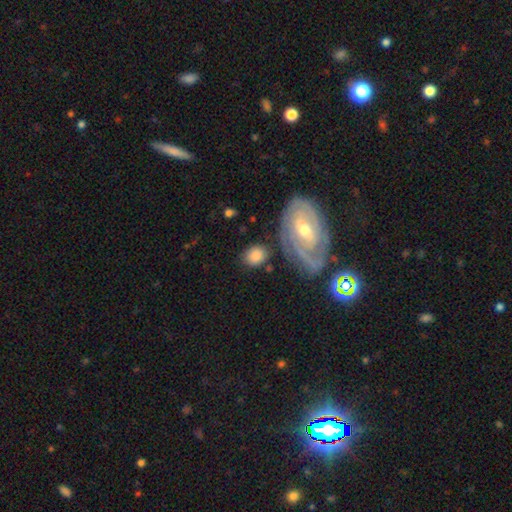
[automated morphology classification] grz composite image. It shows a smooth galaxy with no disk features (74%) that is round (52%). Merging: none (73%).